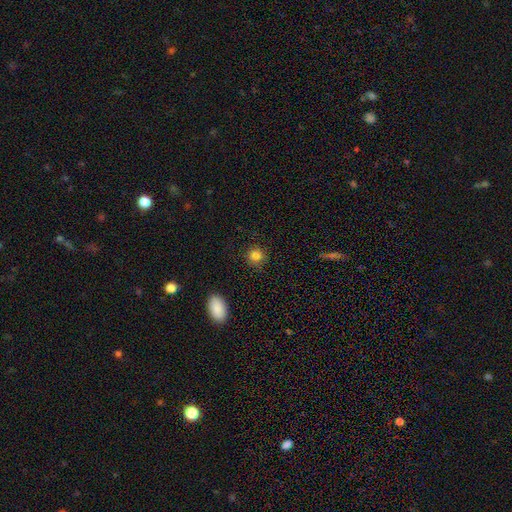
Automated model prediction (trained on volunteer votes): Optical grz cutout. It shows a smooth galaxy with no disk features (84%) that is round (91%). Merging: none (89%).